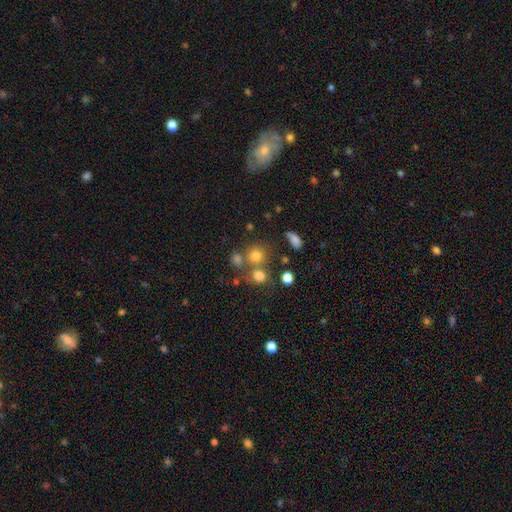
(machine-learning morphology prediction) A smooth galaxy with no disk features (73%) that is round (83%).

Vote fractions:
- Smooth or featured? smooth: 73% / star or artifact: 17% / featured or disk: 10%
- How rounded? round: 83% / in between: 16% / cigar-shaped: 1%
- Merging? none: 56% / merger: 29% / minor disturbance: 10% / major disturbance: 5%